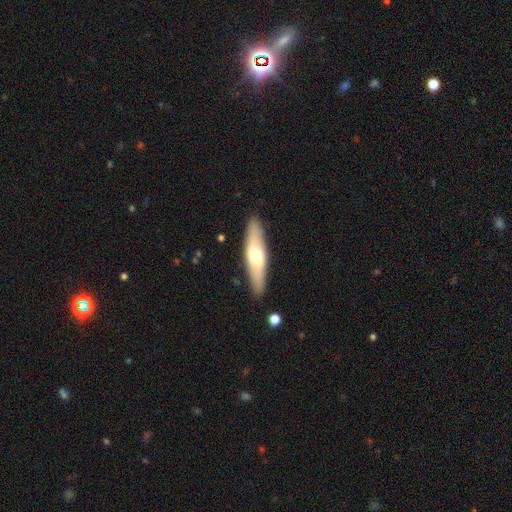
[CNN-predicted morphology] type=smooth (50%); merging=none (88%).